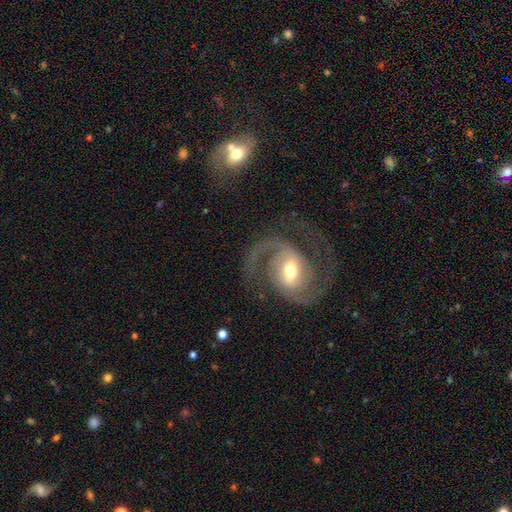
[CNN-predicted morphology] smooth-or-featured: featured or disk: 90% | star or artifact: 5% | smooth: 4%
  disk-edge-on: no: 98% | yes: 2%
    bar: weak: 41% | no: 30% | strong: 29%
    has-spiral-arms: yes: 98% | no: 2%
      spiral-winding: medium: 59% | tight: 25% | loose: 15%
      spiral-arm-count: 2: 91% | 1: 2% | 3: 2% | can't tell: 2% | 4: 1% | more than 4: 1%
    bulge-size: moderate: 67% | small: 24% | large: 7% | dominant: 1% | none: 1%
  merging: none: 74% | minor disturbance: 13% | major disturbance: 10% | merger: 2%